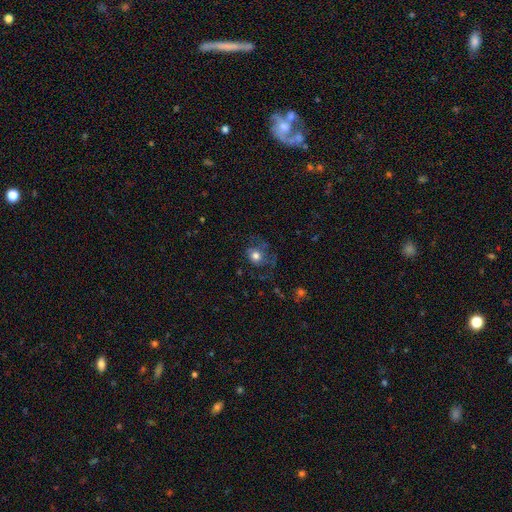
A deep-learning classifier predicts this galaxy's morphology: smooth 66%, featured or disk 22%, star or artifact 12%. Down the decision tree: how rounded — round (72%); merging — none (52%).